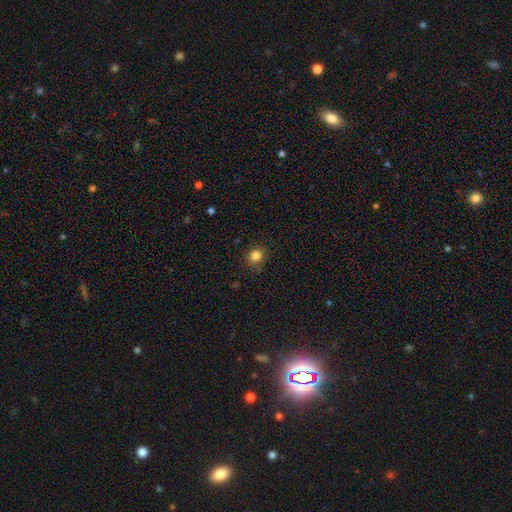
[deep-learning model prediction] Q: Smooth or featured?
A: smooth (83%); runner-up: star or artifact (13%)
Q: How rounded?
A: round (79%); runner-up: in between (20%)
Q: Merging?
A: none (87%); runner-up: minor disturbance (9%)